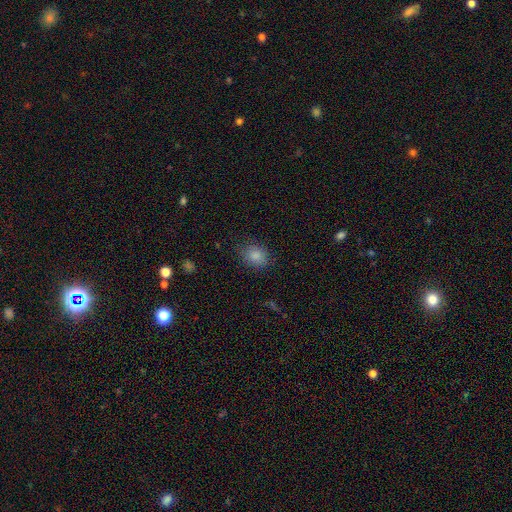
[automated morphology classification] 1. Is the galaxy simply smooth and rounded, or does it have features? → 84% smooth, 10% star or artifact, 5% featured or disk.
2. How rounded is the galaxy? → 55% round, 44% in between, 1% cigar-shaped.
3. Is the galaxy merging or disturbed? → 83% none, 13% minor disturbance, 4% major disturbance, 1% merger.